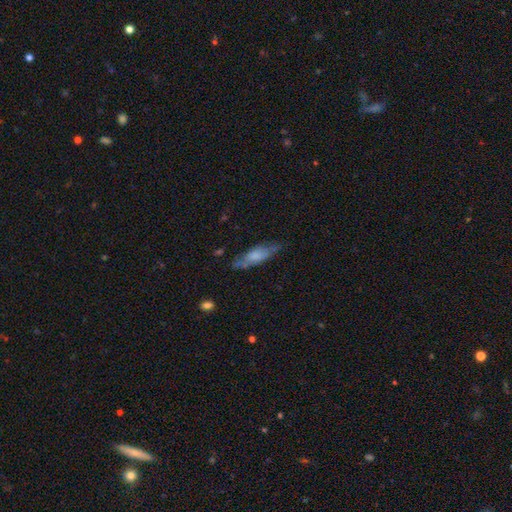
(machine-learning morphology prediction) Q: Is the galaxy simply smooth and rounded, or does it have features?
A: smooth — 52%.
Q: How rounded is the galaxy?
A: cigar-shaped — 55%.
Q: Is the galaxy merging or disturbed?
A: none — 68%.